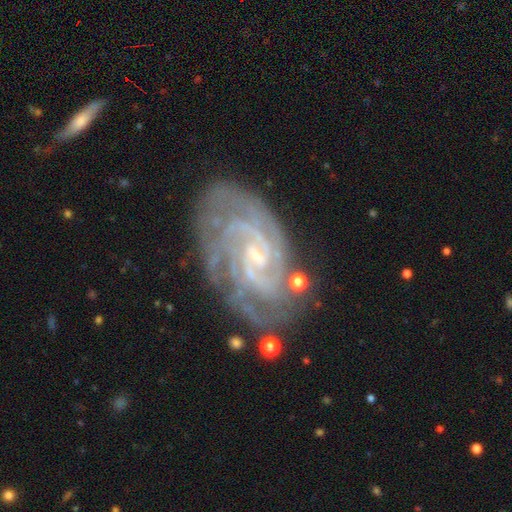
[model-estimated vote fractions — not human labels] featured or disk 88%, star or artifact 7%, smooth 5%. Down the decision tree: edge-on disk — no (97%); bar — no (47%); spiral arms — yes (98%); spiral arm count — can't tell (23%); spiral winding — tight (70%); bulge size — small (75%); merging — none (73%).